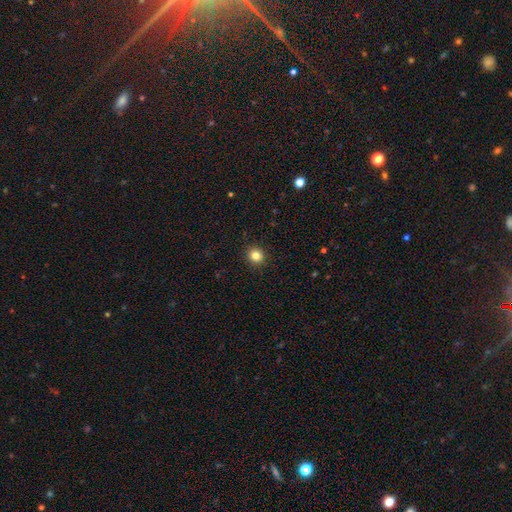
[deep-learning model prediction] Overall: smooth (83%). How rounded: round (89%). Merging: none (92%).